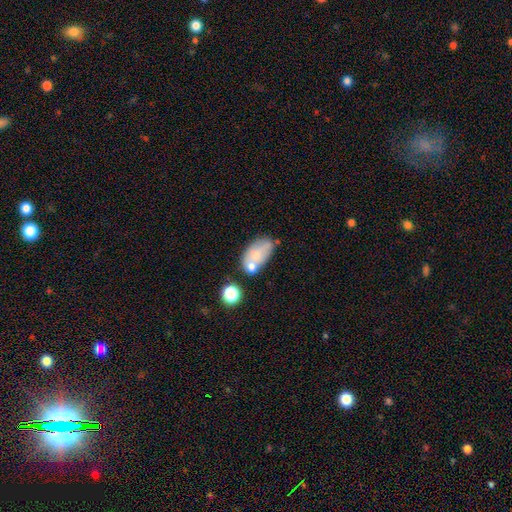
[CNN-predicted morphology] Smooth or featured: smooth — 63% (featured or disk — 27%)
How rounded: in between — 91% (round — 7%)
Merging: none — 40% (merger — 28%)